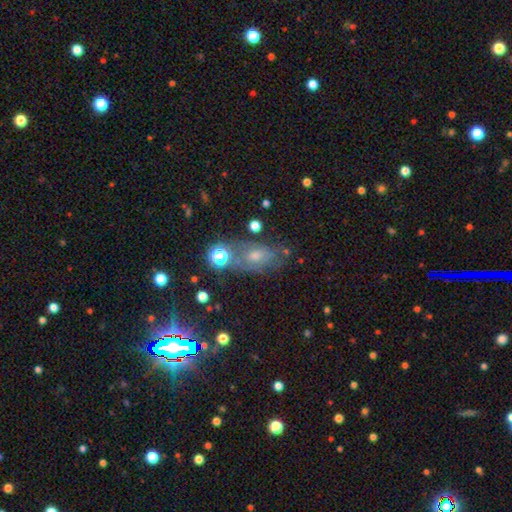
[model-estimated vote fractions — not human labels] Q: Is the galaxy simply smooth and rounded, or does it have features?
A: smooth — 52%.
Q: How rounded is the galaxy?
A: in between — 82%.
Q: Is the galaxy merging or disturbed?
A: none — 52%.